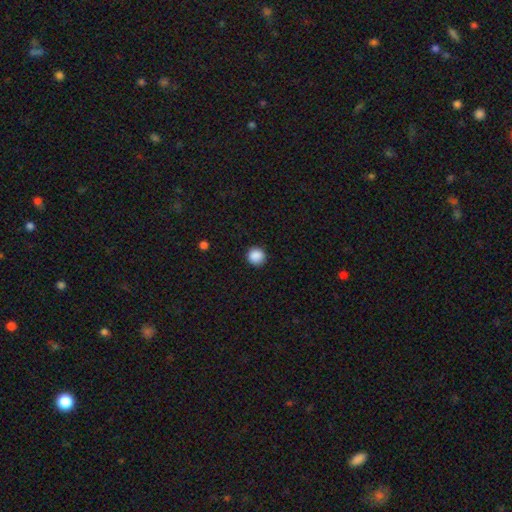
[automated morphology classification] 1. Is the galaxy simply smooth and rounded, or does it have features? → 88% smooth, 9% star or artifact, 2% featured or disk.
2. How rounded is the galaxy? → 95% round, 4% in between, 1% cigar-shaped.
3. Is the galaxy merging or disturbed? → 91% none, 6% minor disturbance, 2% major disturbance, 1% merger.